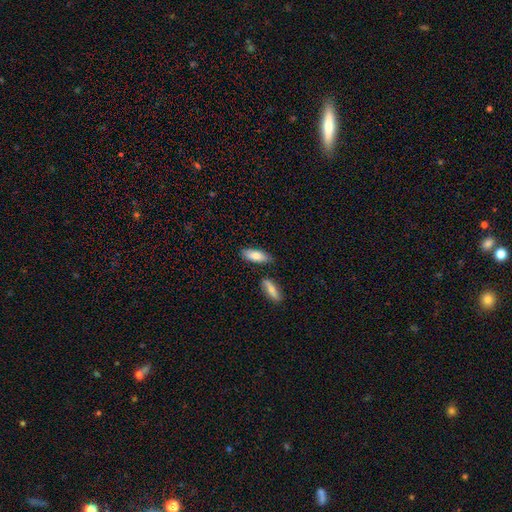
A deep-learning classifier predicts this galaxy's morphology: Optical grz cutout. It shows a smooth galaxy with no disk features (76%) that is in between round and cigar-shaped (78%). Merging: none (79%).